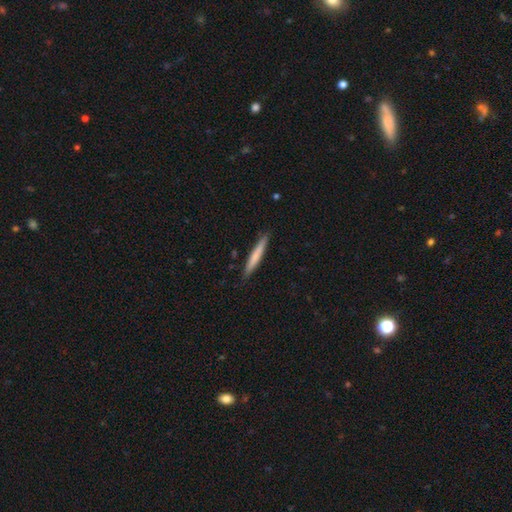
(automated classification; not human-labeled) smooth-or-featured: smooth: 70% | featured or disk: 25% | star or artifact: 5%
  how-rounded: cigar-shaped: 95% | in between: 3% | round: 1%
  merging: none: 89% | minor disturbance: 9% | major disturbance: 2% | merger: 1%